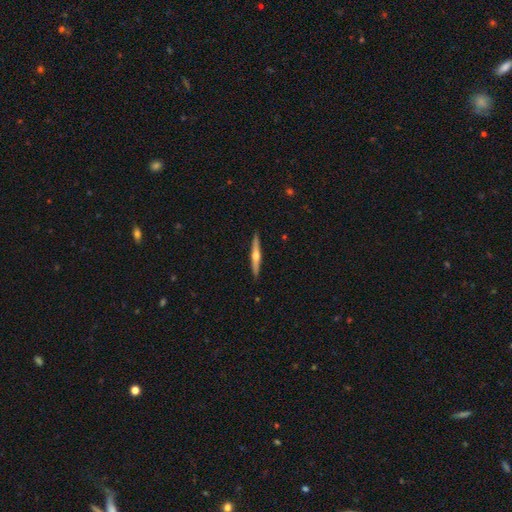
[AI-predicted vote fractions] Smooth or featured? Predicted: featured or disk (p=0.67). Edge-on disk? Predicted: yes (p=0.98). Edge-on bulge? Predicted: rounded (p=0.91). Merging? Predicted: none (p=0.91).